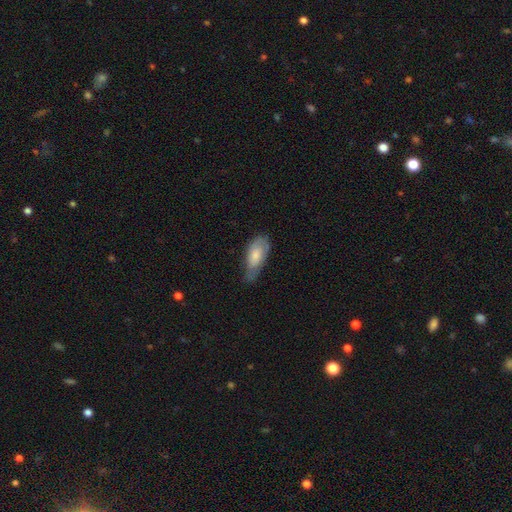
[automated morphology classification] The model was most divided on "merging": minor disturbance: 42%, none: 41%, major disturbance: 15%, merger: 2%. More confident: how rounded — in between (85%); smooth or featured — smooth (67%).